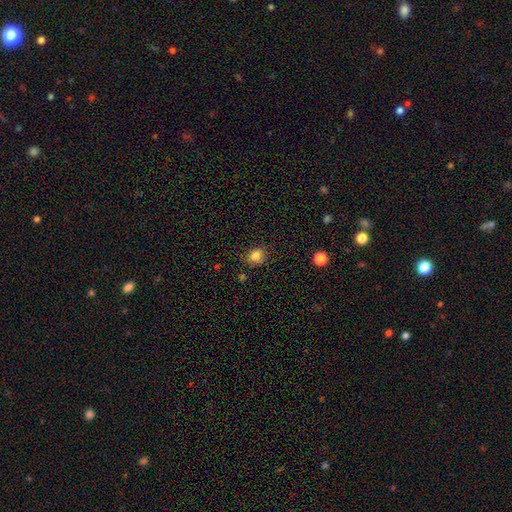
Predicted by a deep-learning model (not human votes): A smooth galaxy with no disk features (83%) that is round (64%). Merging: none (78%).